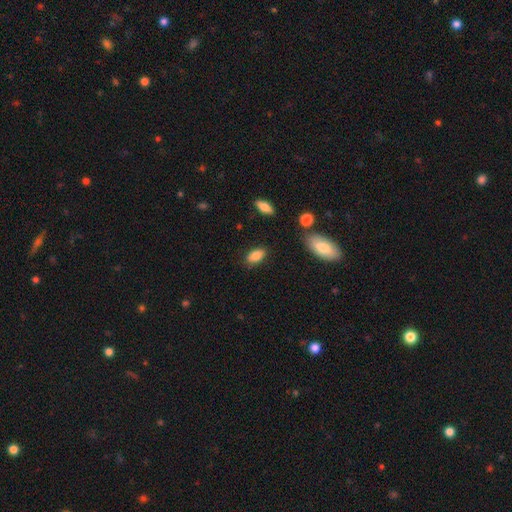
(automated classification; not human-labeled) smooth_or_featured: smooth (p=0.84) [alt: featured or disk p=0.08]
how_rounded: in between (p=0.92) [alt: round p=0.05]
merging: none (p=0.82) [alt: minor disturbance p=0.13]